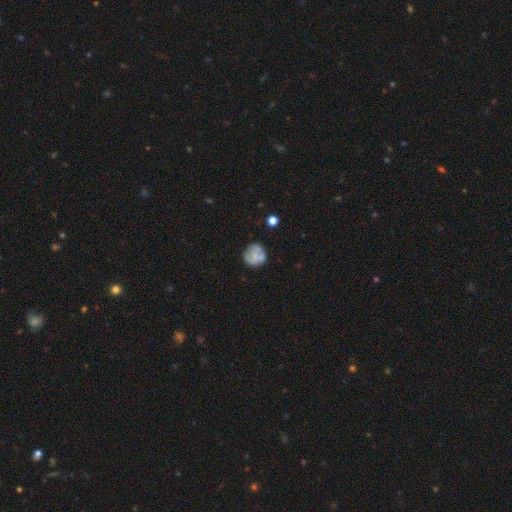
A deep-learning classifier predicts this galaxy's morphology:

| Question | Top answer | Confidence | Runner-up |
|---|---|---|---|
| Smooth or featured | smooth | 53% | featured or disk (37%) |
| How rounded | round | 84% | in between (15%) |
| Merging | none | 62% | minor disturbance (21%) |